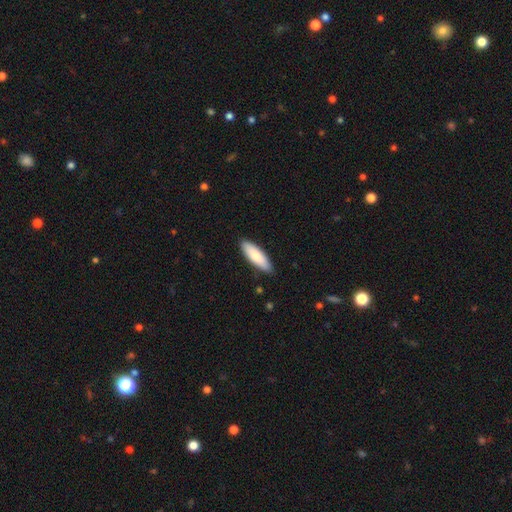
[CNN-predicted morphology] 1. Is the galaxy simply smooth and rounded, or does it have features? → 81% smooth, 14% featured or disk, 5% star or artifact.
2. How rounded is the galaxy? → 53% in between, 46% cigar-shaped, 1% round.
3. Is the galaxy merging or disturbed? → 87% none, 10% minor disturbance, 2% major disturbance, 1% merger.